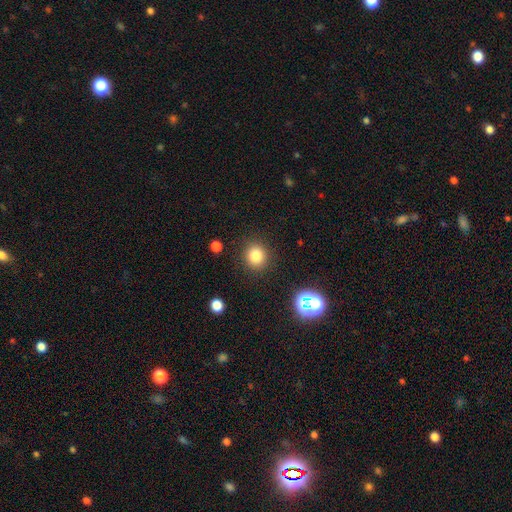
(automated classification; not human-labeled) smooth_or_featured: smooth (p=0.81) [alt: star or artifact p=0.13]
how_rounded: round (p=0.86) [alt: in between p=0.13]
merging: none (p=0.89) [alt: minor disturbance p=0.07]